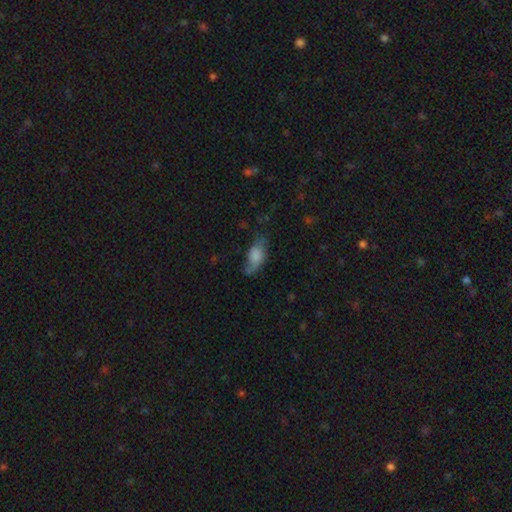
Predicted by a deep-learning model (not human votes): Q: Smooth or featured?
A: smooth (64%); runner-up: featured or disk (28%)
Q: How rounded?
A: in between (87%); runner-up: cigar-shaped (9%)
Q: Merging?
A: none (48%); runner-up: minor disturbance (31%)